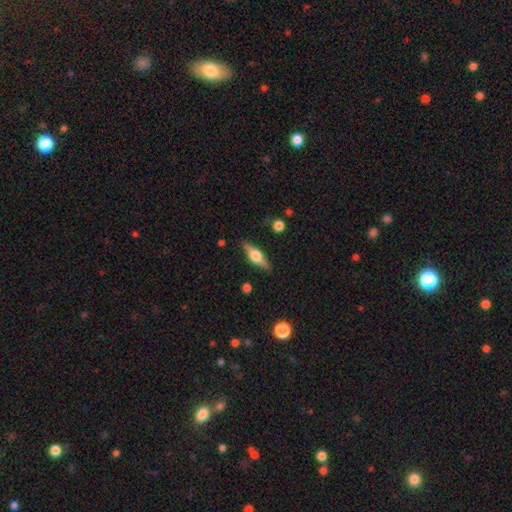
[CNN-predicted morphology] Smooth or featured?
  - featured or disk: 62% *
  - smooth: 32%
  - star or artifact: 7%
Edge-on disk?
  - yes: 95% *
  - no: 5%
Edge-on bulge?
  - rounded: 92% *
  - boxy: 6%
  - none: 2%
Merging?
  - none: 86% *
  - minor disturbance: 10%
  - major disturbance: 2%
  - merger: 2%